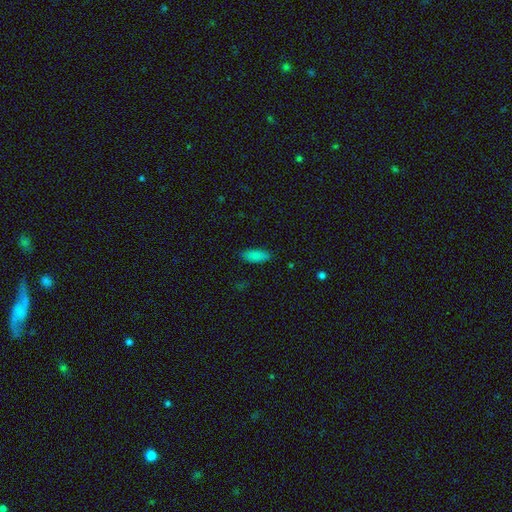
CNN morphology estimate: A smooth galaxy with no disk features (86%) that is in between round and cigar-shaped (78%).

Vote fractions:
- Smooth or featured? smooth: 86% / star or artifact: 9% / featured or disk: 5%
- How rounded? in between: 78% / cigar-shaped: 20% / round: 2%
- Merging? none: 86% / minor disturbance: 10% / major disturbance: 2% / merger: 1%